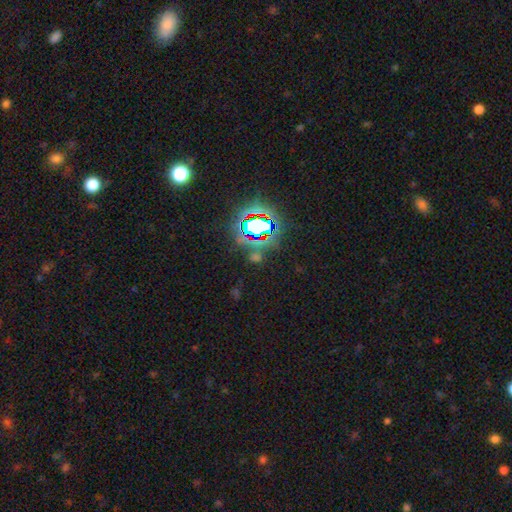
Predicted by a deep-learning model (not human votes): Smooth or featured: star or artifact — 70% (smooth — 20%)